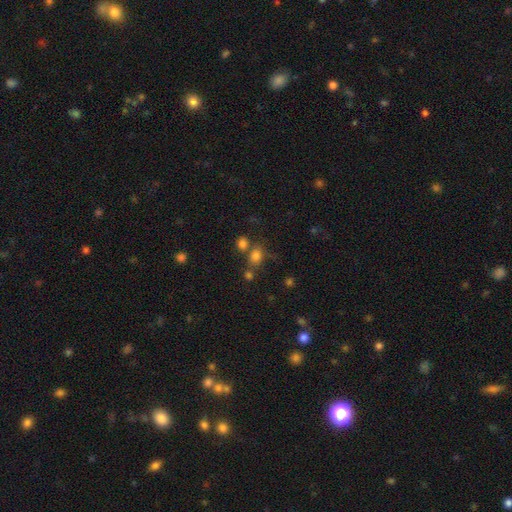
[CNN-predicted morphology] type=smooth (76%); roundness=round (52%); merging=none (57%).